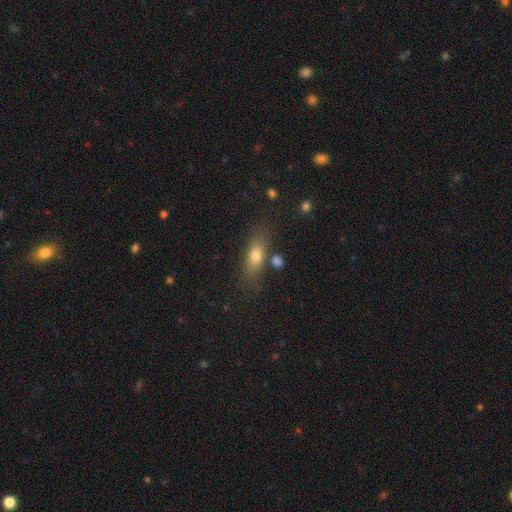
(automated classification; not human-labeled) Overall: smooth (73%). How rounded: in between (66%; cigar-shaped 28%). Merging: none (73%).